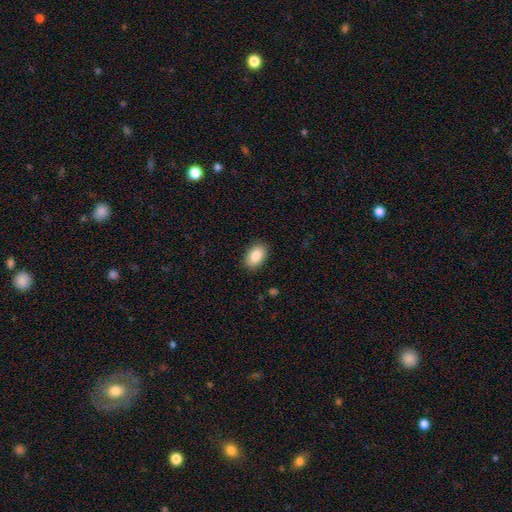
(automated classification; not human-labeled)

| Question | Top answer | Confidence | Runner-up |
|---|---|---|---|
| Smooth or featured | smooth | 87% | star or artifact (7%) |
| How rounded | in between | 90% | round (9%) |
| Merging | none | 89% | minor disturbance (8%) |